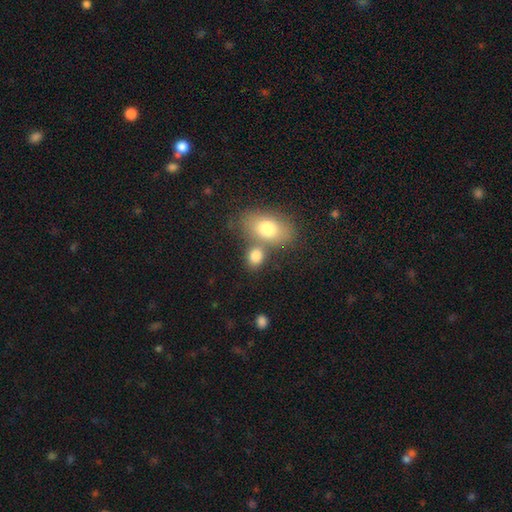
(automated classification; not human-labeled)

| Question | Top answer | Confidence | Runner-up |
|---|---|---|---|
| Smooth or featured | smooth | 80% | featured or disk (11%) |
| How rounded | in between | 64% | round (34%) |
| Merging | none | 48% | merger (37%) |